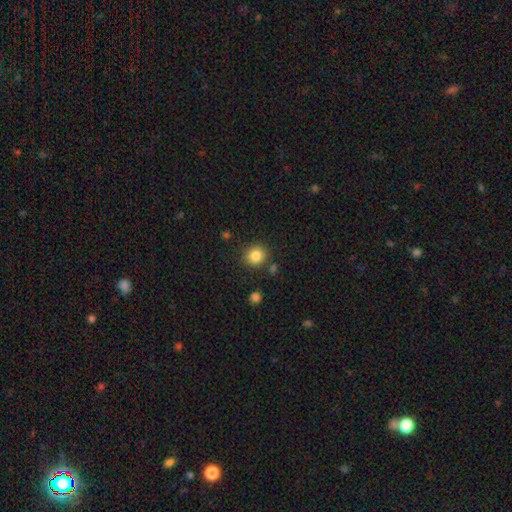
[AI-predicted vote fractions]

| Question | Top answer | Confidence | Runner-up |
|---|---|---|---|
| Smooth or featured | smooth | 85% | star or artifact (10%) |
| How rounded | round | 88% | in between (11%) |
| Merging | none | 85% | minor disturbance (8%) |